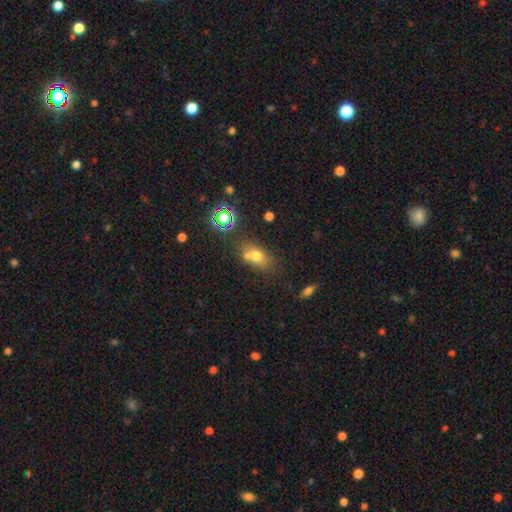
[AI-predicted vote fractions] The model was most divided on "merging": none: 47%, merger: 33%, minor disturbance: 14%, major disturbance: 6%. More confident: smooth or featured — smooth (65%); how rounded — in between (64%).